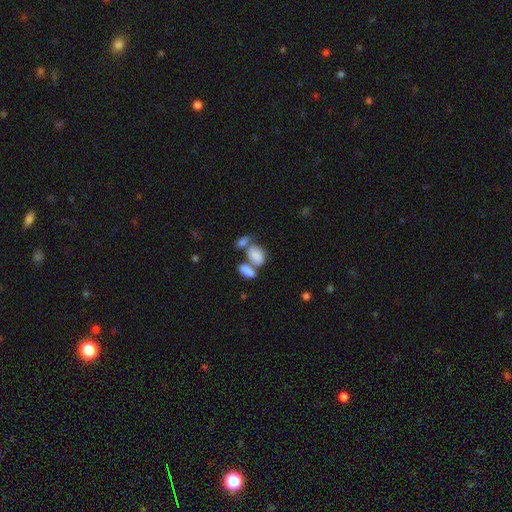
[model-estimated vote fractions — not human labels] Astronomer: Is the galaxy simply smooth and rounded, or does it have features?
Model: smooth — 80%.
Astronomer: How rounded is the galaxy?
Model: in between — 86%.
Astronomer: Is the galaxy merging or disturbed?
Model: merger — 51% (runner-up: none, 29%).